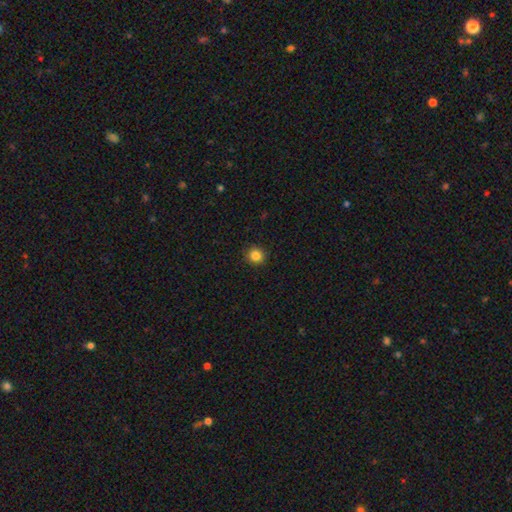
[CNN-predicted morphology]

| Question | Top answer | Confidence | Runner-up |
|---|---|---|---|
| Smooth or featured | smooth | 84% | star or artifact (11%) |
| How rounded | round | 90% | in between (9%) |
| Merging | none | 92% | minor disturbance (6%) |